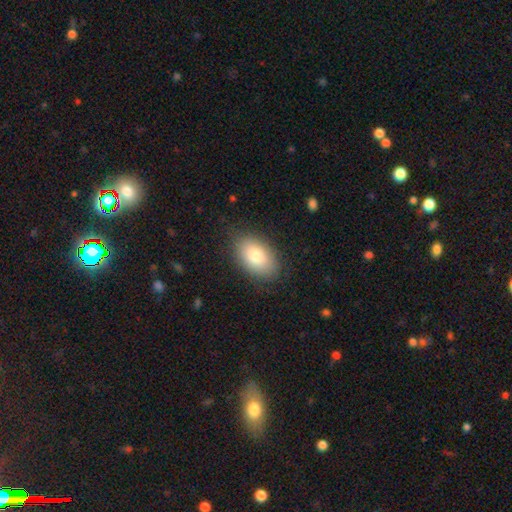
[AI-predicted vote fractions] Smooth or featured? smooth (81%)
How rounded? in between (90%)
Merging? none (84%)